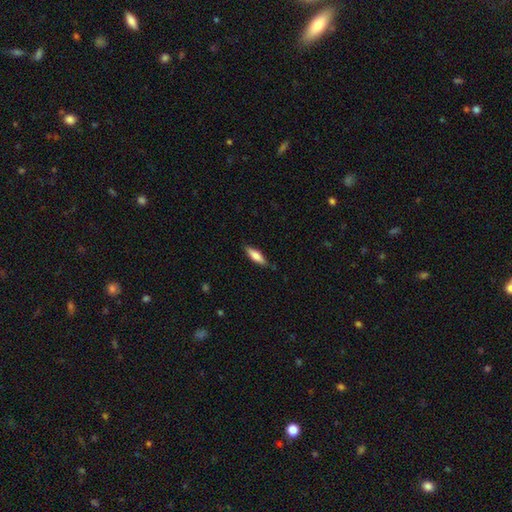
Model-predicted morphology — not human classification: Smooth or featured: smooth — 69% (featured or disk — 25%)
How rounded: cigar-shaped — 56% (in between — 42%)
Merging: none — 85% (minor disturbance — 12%)